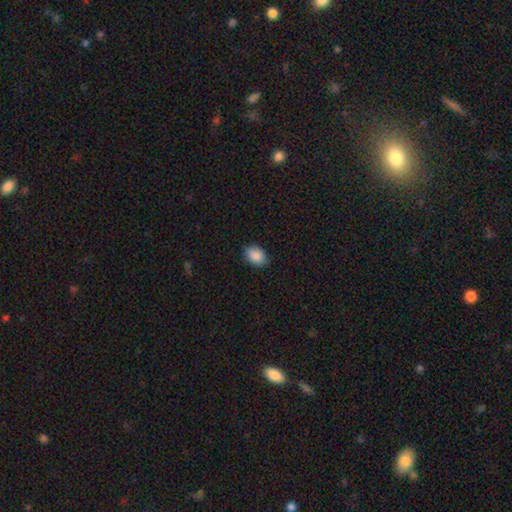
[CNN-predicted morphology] Smooth or featured? Predicted: smooth (p=0.89). How rounded? Predicted: in between (p=0.80). Merging? Predicted: none (p=0.86).